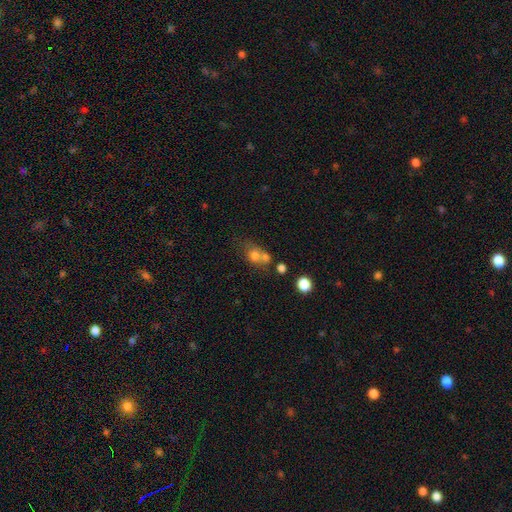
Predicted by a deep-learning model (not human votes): Smooth or featured?
  - smooth: 68% *
  - featured or disk: 17%
  - star or artifact: 15%
How rounded?
  - round: 68% *
  - in between: 31%
  - cigar-shaped: 2%
Merging?
  - merger: 49% *
  - none: 35%
  - minor disturbance: 10%
  - major disturbance: 6%